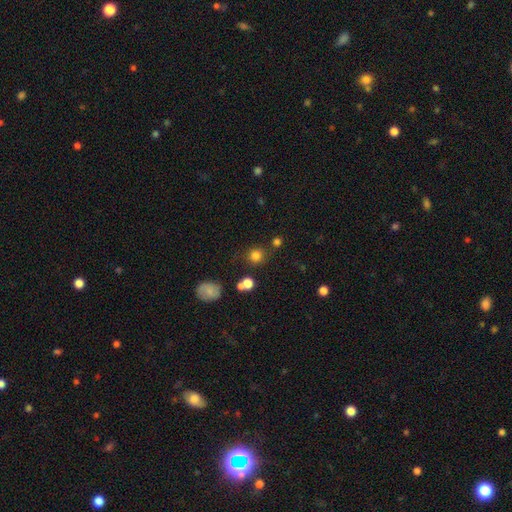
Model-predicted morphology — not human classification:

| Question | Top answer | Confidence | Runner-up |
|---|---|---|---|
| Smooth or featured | smooth | 79% | star or artifact (15%) |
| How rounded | round | 89% | in between (10%) |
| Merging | none | 78% | minor disturbance (10%) |